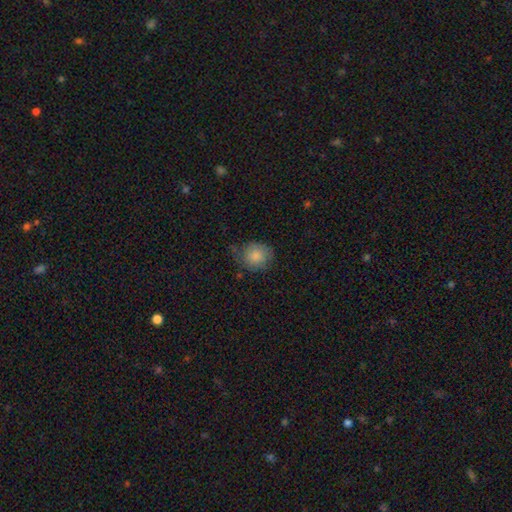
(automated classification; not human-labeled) Q: Smooth or featured?
A: smooth (82%); runner-up: featured or disk (11%)
Q: How rounded?
A: round (80%); runner-up: in between (19%)
Q: Merging?
A: none (64%); runner-up: minor disturbance (27%)